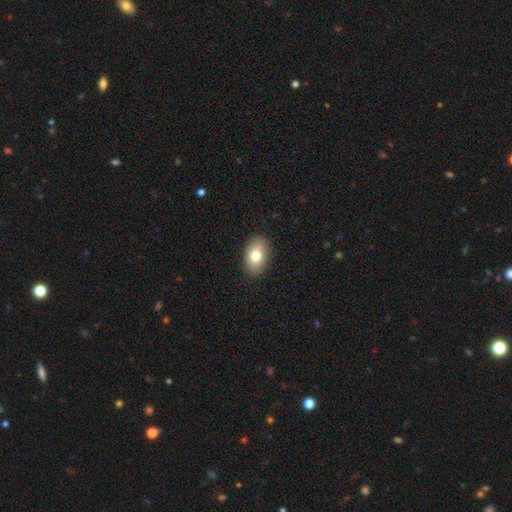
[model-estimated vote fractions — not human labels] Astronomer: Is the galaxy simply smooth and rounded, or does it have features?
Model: smooth — 77%.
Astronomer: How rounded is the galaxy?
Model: in between — 88%.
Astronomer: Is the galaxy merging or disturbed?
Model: none — 89%.